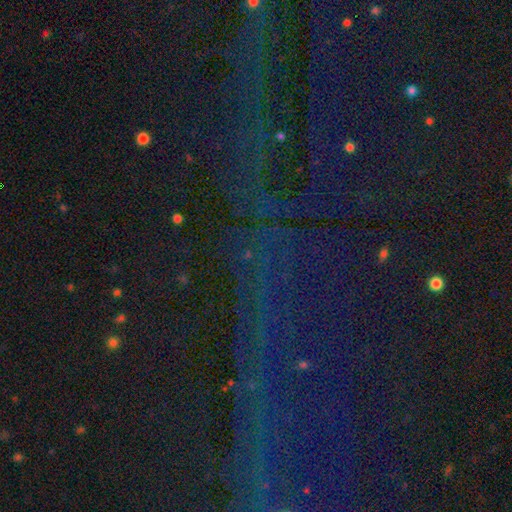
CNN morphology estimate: A star or artifact, not a galaxy (83%).